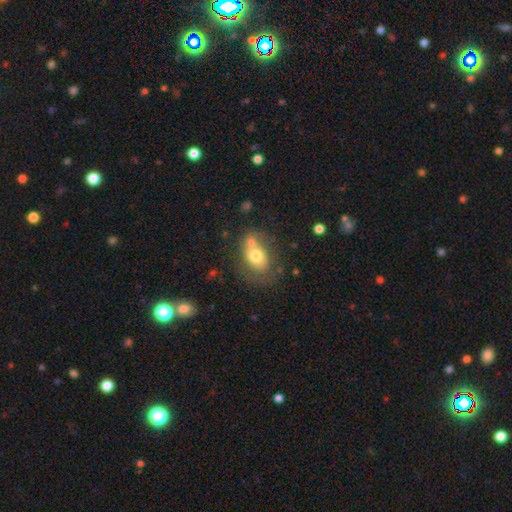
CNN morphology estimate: A smooth galaxy with no disk features (66%) that is in between round and cigar-shaped (71%).

Vote fractions:
- Smooth or featured? smooth: 66% / featured or disk: 26% / star or artifact: 9%
- How rounded? in between: 71% / round: 27% / cigar-shaped: 1%
- Merging? none: 42% / merger: 29% / minor disturbance: 19% / major disturbance: 10%